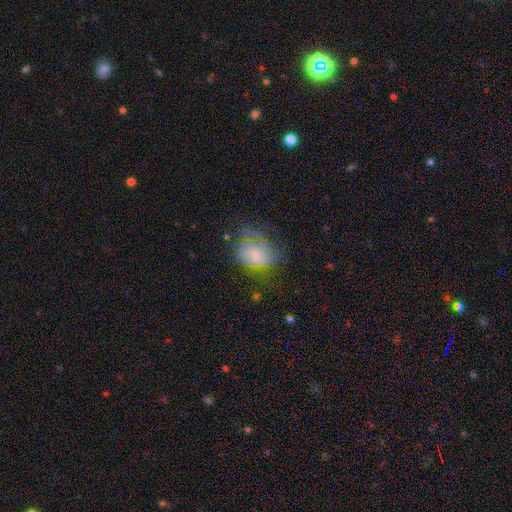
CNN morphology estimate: This appears to be a smooth galaxy with no disk features (53%) that is in between round and cigar-shaped (61%). Merging: none (47%).